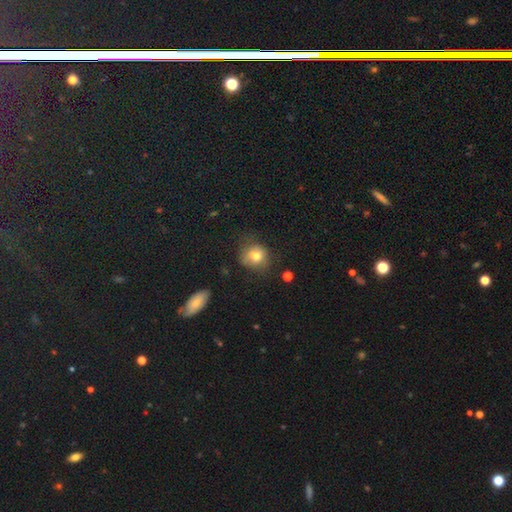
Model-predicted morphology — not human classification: Smooth or featured: smooth — 75% (featured or disk — 13%)
How rounded: round — 76% (in between — 23%)
Merging: none — 64% (minor disturbance — 25%)